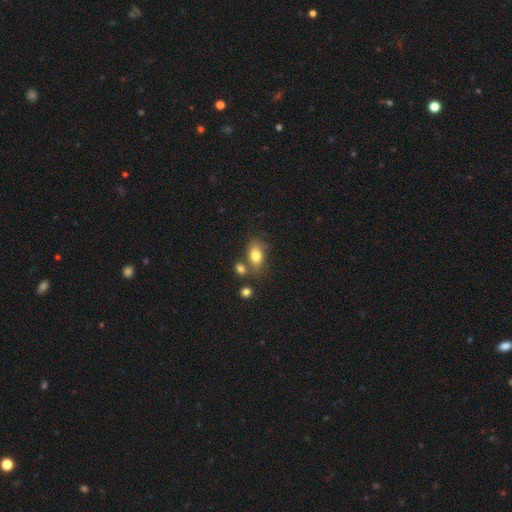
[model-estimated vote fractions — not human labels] Overall: smooth (79%). How rounded: in between (86%). Merging: none (58%; merger 18%).